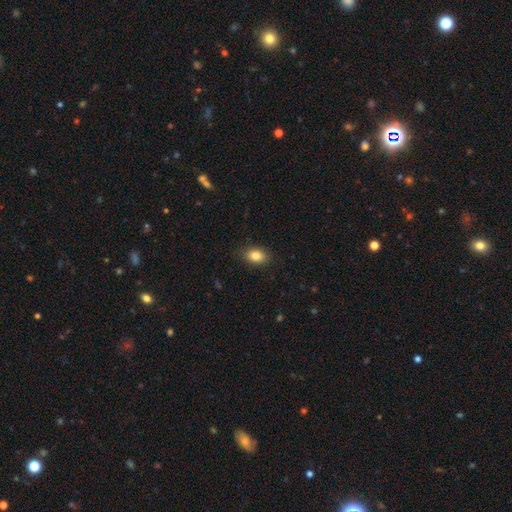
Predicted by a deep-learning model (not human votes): This appears to be a smooth galaxy with no disk features (85%) that is in between round and cigar-shaped (77%). Merging: none (86%).